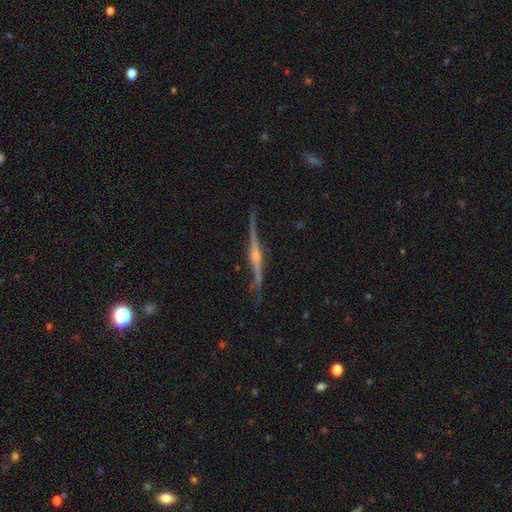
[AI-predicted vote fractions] smooth_or_featured: featured or disk (p=0.87) [alt: smooth p=0.07]
disk_edge_on: yes (p=0.96) [alt: no p=0.04]
edge_on_bulge: rounded (p=0.87) [alt: none p=0.07]
merging: none (p=0.82) [alt: minor disturbance p=0.14]